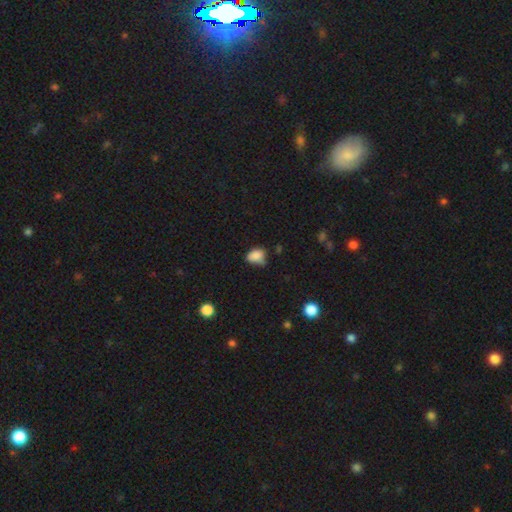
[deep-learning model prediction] Smooth or featured?
  - smooth: 83% *
  - star or artifact: 10%
  - featured or disk: 7%
How rounded?
  - in between: 74% *
  - round: 25%
  - cigar-shaped: 2%
Merging?
  - none: 45% *
  - minor disturbance: 38%
  - major disturbance: 10%
  - merger: 7%